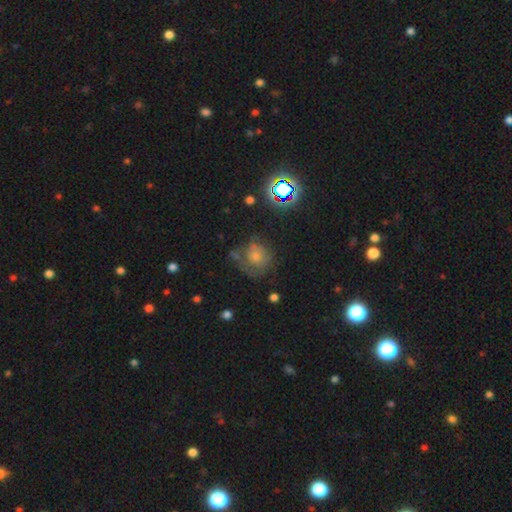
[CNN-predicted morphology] Smooth or featured? Predicted: smooth (p=0.42). Merging? Predicted: none (p=0.55).